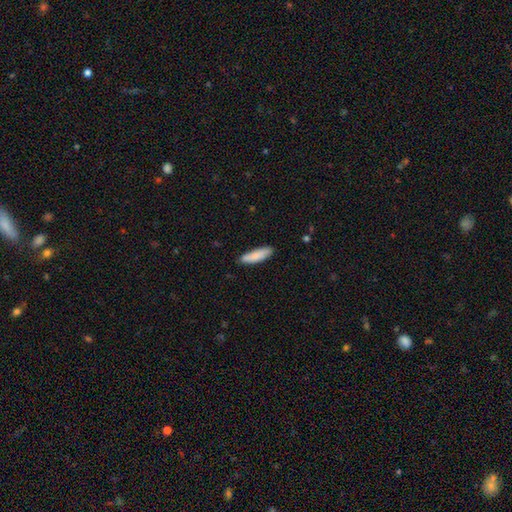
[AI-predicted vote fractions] Smooth or featured? smooth (84%)
How rounded? cigar-shaped (61%)
Merging? none (85%)